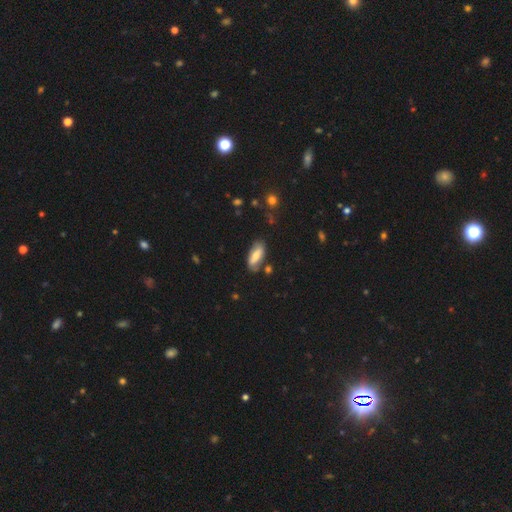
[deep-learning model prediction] Morphology: type=smooth (61%); roundness=in between (78%); merging=none (75%).